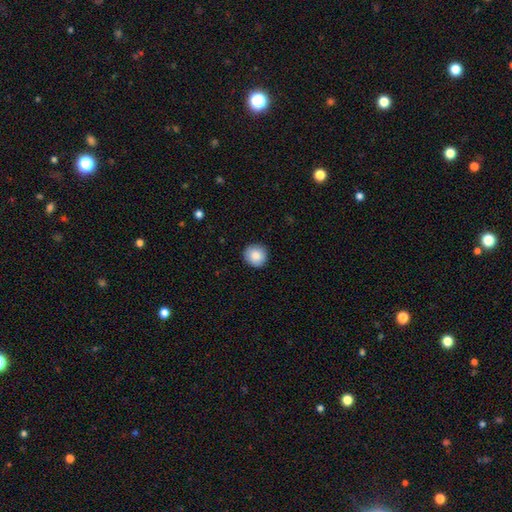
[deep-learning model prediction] Smooth or featured? smooth (87%)
How rounded? round (92%)
Merging? none (92%)